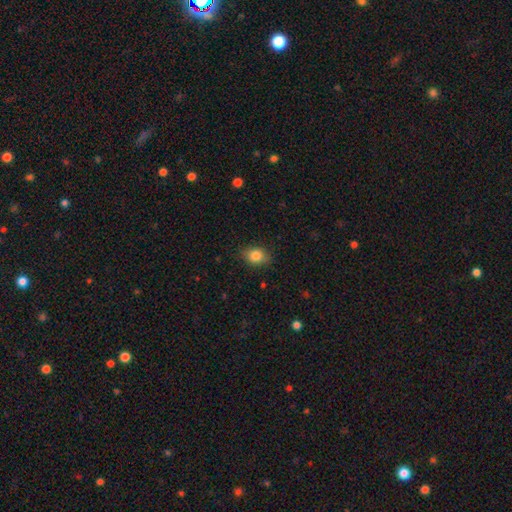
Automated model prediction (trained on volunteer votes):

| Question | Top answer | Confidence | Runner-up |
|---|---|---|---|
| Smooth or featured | smooth | 84% | star or artifact (9%) |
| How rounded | in between | 58% | round (40%) |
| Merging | none | 84% | minor disturbance (12%) |